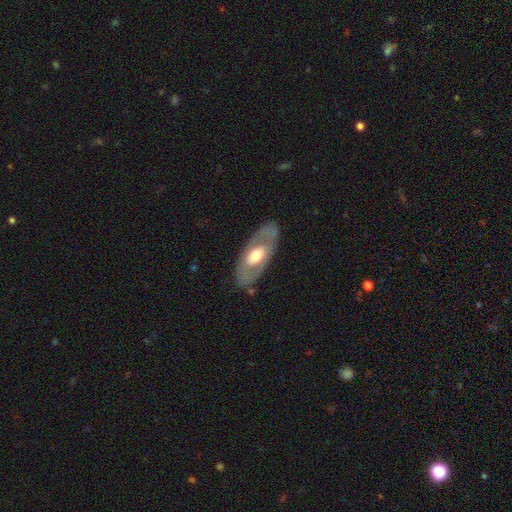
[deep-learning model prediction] Q: Smooth or featured?
A: featured or disk (58%); runner-up: smooth (37%)
Q: Edge-on disk?
A: no (84%); runner-up: yes (16%)
Q: Merging?
A: none (79%); runner-up: minor disturbance (13%)